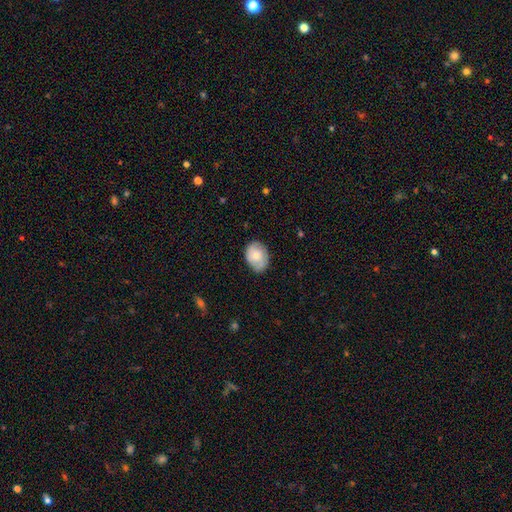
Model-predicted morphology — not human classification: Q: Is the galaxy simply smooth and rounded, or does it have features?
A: smooth — 64%.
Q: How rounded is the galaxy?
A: in between — 71%.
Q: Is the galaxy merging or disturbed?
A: none — 72%.